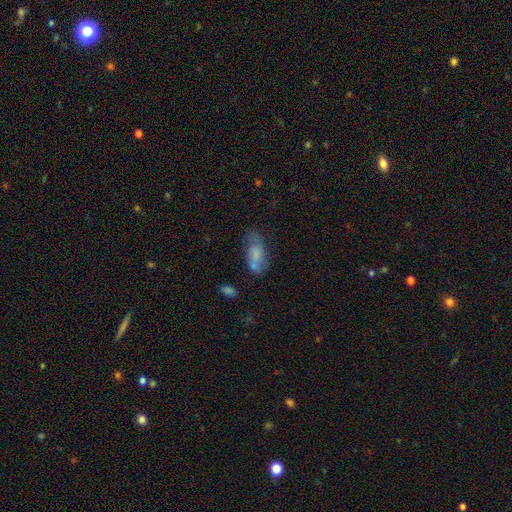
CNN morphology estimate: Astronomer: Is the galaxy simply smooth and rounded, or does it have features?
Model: smooth — 65%.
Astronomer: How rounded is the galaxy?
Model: in between — 82%.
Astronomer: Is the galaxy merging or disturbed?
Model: none — 49% (runner-up: minor disturbance, 26%).